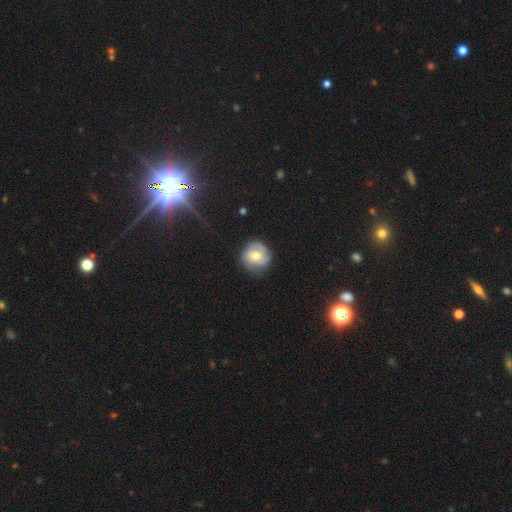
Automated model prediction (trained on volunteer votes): Smooth or featured: smooth — 54% (featured or disk — 37%)
How rounded: round — 86% (in between — 13%)
Merging: none — 65% (minor disturbance — 26%)